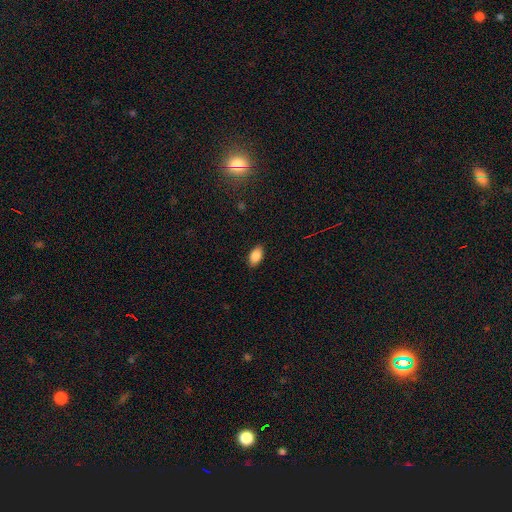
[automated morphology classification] Smooth or featured? Predicted: smooth (p=0.88). How rounded? Predicted: in between (p=0.92). Merging? Predicted: none (p=0.87).